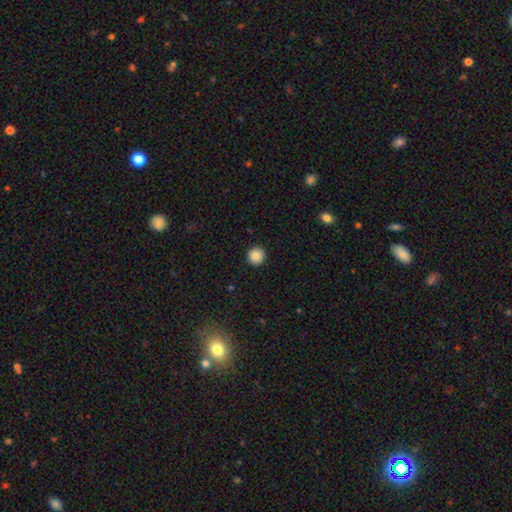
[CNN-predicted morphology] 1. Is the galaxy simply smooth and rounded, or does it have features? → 88% smooth, 9% star or artifact, 3% featured or disk.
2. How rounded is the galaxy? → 95% round, 4% in between, 1% cigar-shaped.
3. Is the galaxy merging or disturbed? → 93% none, 4% minor disturbance, 2% major disturbance, 1% merger.